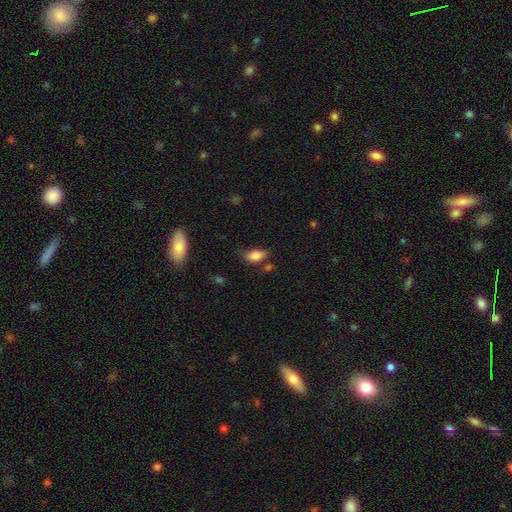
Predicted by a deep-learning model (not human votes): This appears to be a smooth galaxy with no disk features (83%) that is in between round and cigar-shaped (88%). Merging: none (57%).